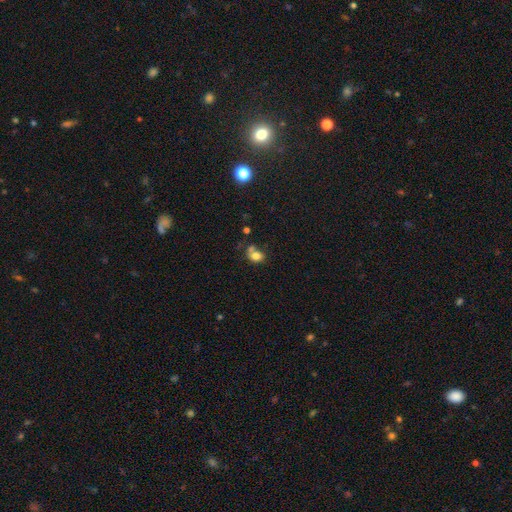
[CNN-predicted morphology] smooth 76%, star or artifact 12%, featured or disk 12%. Down the decision tree: how rounded — in between (56%); merging — none (39%).